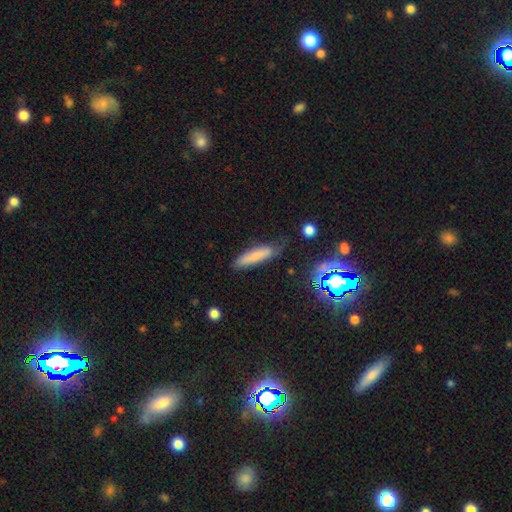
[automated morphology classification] This is likely a smooth galaxy (73%). How rounded: clearly cigar-shaped (82%). Merging: likely none (68%).